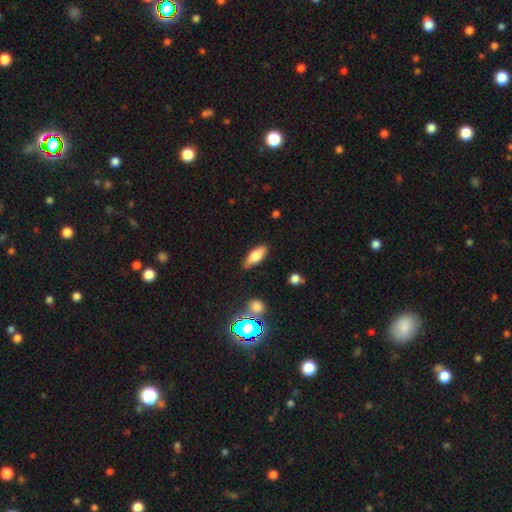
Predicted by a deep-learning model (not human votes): Smooth or featured? smooth (72%)
How rounded? in between (73%)
Merging? none (79%)